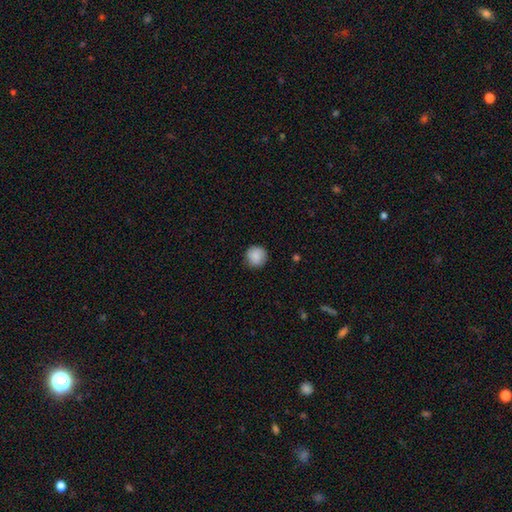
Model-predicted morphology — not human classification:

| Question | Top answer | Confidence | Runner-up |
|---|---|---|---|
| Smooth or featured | smooth | 86% | star or artifact (7%) |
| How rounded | round | 93% | in between (6%) |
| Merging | none | 85% | minor disturbance (11%) |